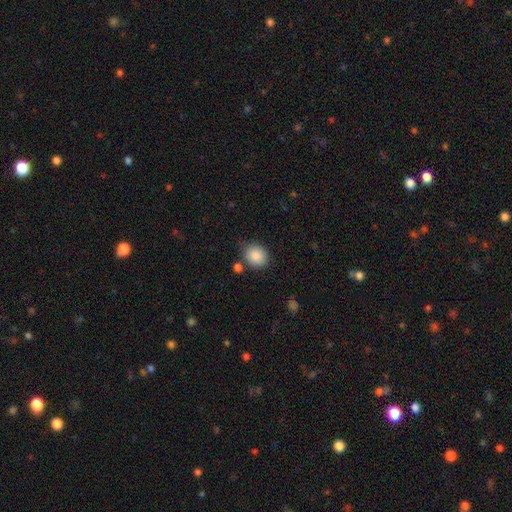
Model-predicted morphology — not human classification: This is clearly a smooth galaxy (87%). How rounded: likely round (63%). Merging: likely none (74%).